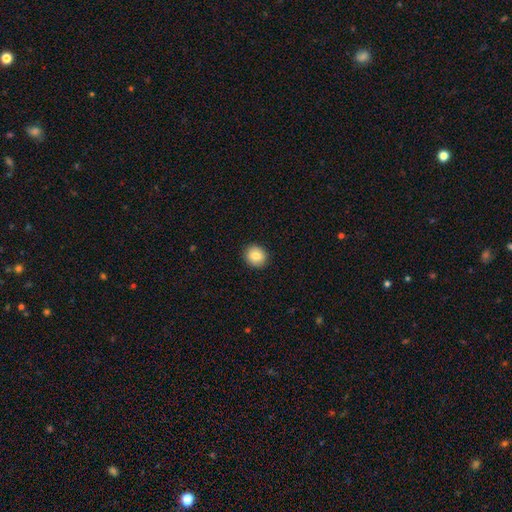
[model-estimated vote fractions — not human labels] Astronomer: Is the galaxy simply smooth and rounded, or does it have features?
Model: smooth — 84%.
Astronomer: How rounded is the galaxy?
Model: round — 77%.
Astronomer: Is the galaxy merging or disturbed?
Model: none — 91%.